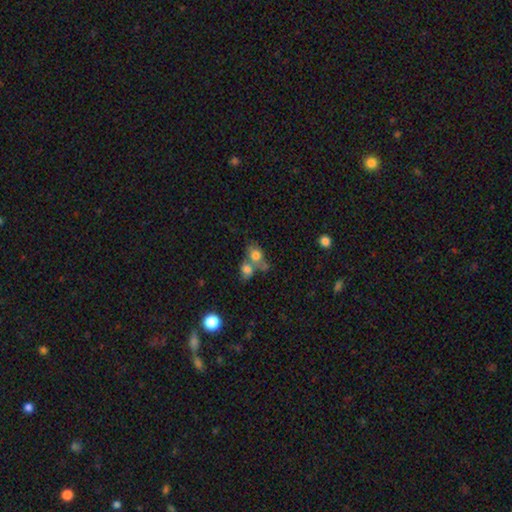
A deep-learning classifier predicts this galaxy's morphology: Overall: smooth (74%). How rounded: round (51%; in between 47%). Merging: merger (57%; none 29%).